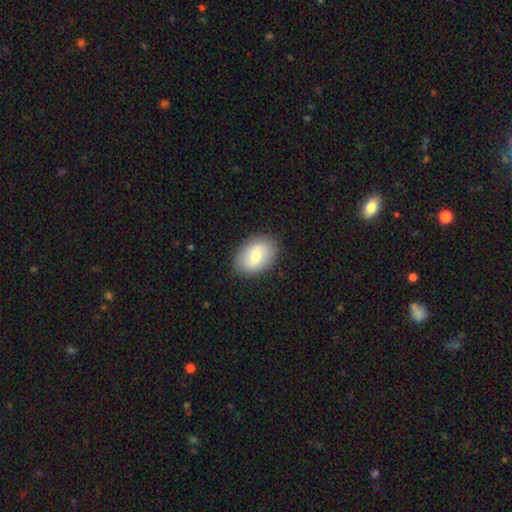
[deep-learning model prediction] The model was most divided on "smooth or featured": smooth: 67%, featured or disk: 26%, star or artifact: 7%. More confident: merging — none (87%); how rounded — in between (82%).